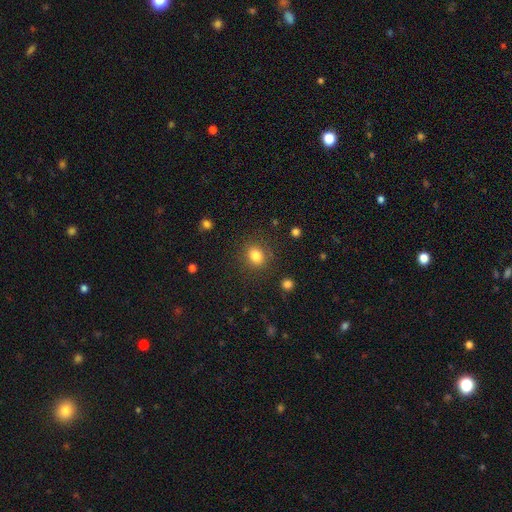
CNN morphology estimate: type=smooth (83%); roundness=round (60%); merging=none (85%).